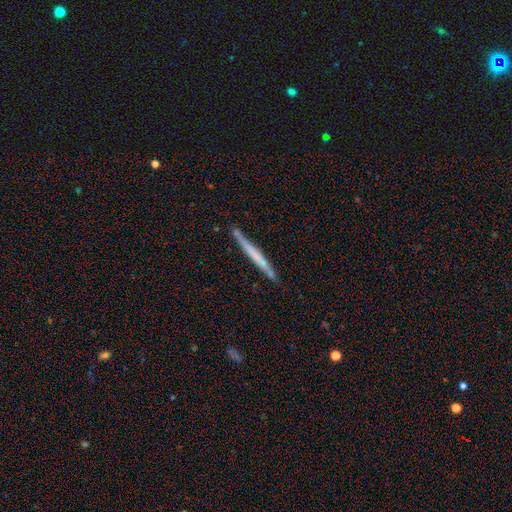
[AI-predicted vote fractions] Q: Smooth or featured?
A: smooth (48%); runner-up: featured or disk (47%)
Q: Merging?
A: none (84%); runner-up: minor disturbance (12%)